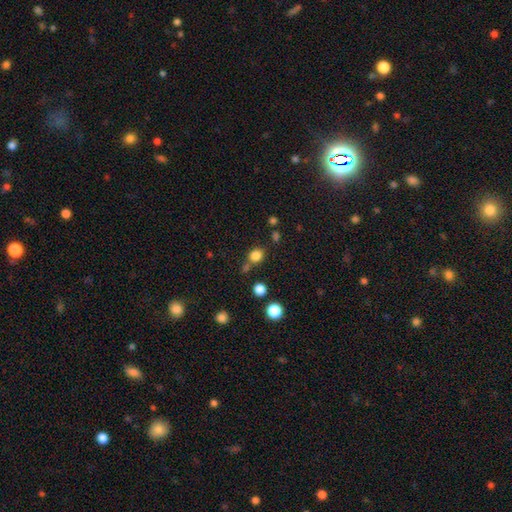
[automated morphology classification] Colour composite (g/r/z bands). It shows a smooth galaxy with no disk features (81%) that is round (76%). Merging: none (70%).